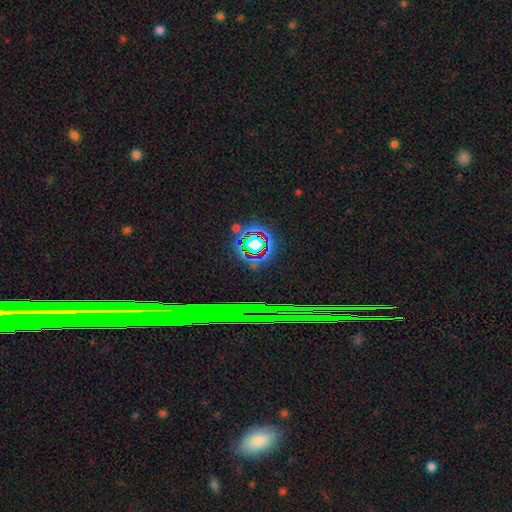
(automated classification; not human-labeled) Overall: star or artifact (73%).